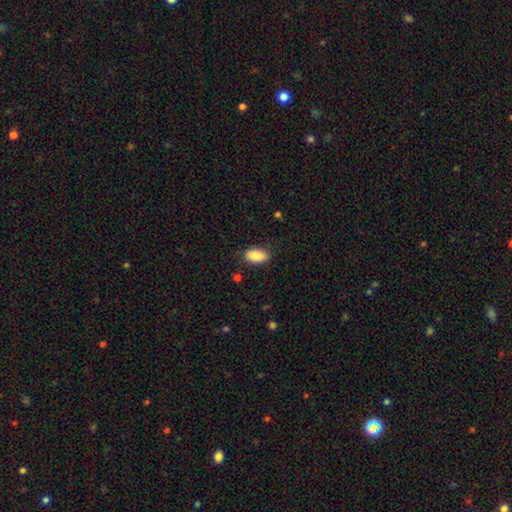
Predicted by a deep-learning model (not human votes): Overall: smooth (89%). How rounded: in between (92%). Merging: none (84%).